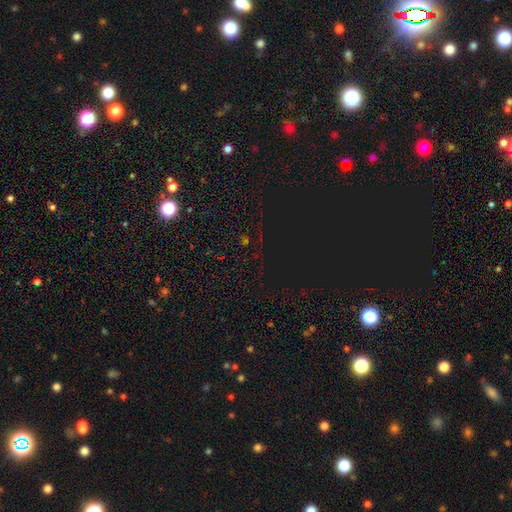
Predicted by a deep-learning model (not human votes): smooth_or_featured: star or artifact (p=0.77) [alt: smooth p=0.15]